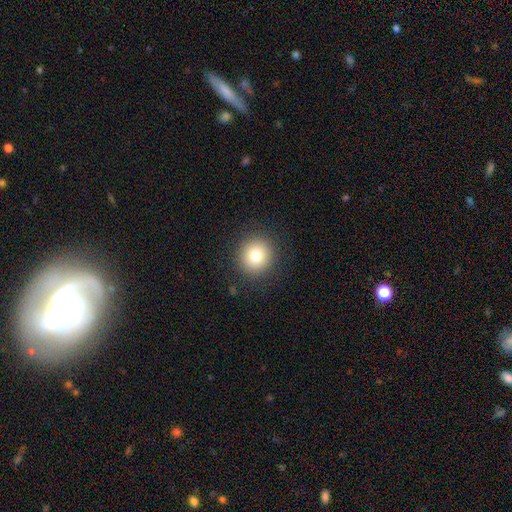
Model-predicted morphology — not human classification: smooth_or_featured: smooth (p=0.81) [alt: star or artifact p=0.11]
how_rounded: round (p=0.91) [alt: in between p=0.08]
merging: none (p=0.90) [alt: minor disturbance p=0.06]